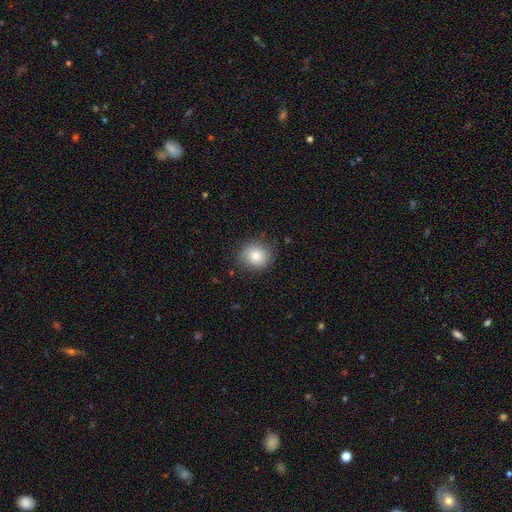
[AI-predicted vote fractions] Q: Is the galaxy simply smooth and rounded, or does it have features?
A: smooth — 81%.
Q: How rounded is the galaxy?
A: round — 84%.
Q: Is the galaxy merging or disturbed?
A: none — 83%.